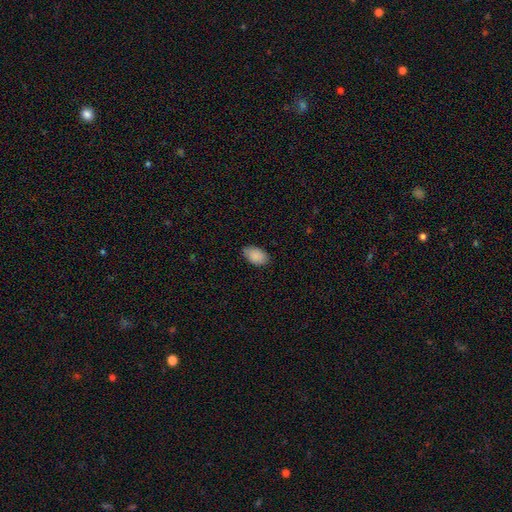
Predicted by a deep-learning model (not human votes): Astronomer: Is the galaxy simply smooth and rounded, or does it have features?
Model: smooth — 89%.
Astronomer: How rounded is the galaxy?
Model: in between — 92%.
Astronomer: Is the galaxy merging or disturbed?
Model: none — 79%.